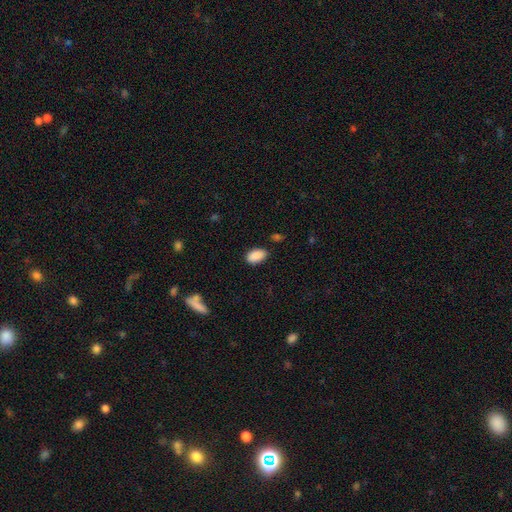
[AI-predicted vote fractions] Morphology: type=smooth (90%); roundness=in between (94%); merging=none (81%).